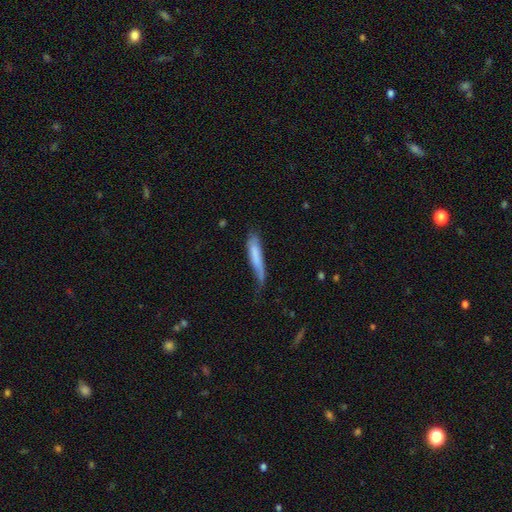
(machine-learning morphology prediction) Smooth or featured?
  - smooth: 73% *
  - featured or disk: 21%
  - star or artifact: 6%
How rounded?
  - cigar-shaped: 83% *
  - in between: 15%
  - round: 1%
Merging?
  - minor disturbance: 37% * (tied)
  - none: 37% * (tied)
  - major disturbance: 22%
  - merger: 4%